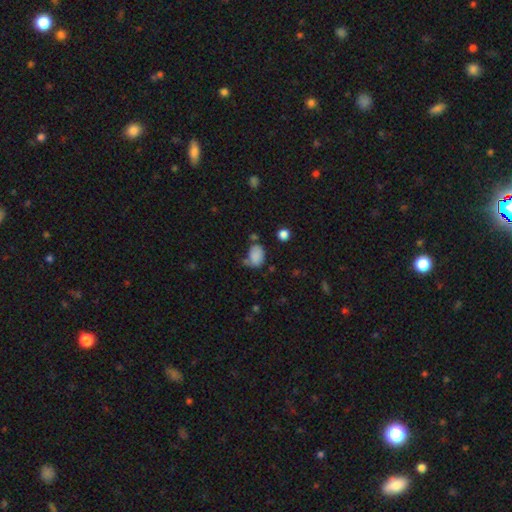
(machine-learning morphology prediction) This is clearly a smooth galaxy (82%). How rounded: likely in between (74%). Merging: possibly none (49%).